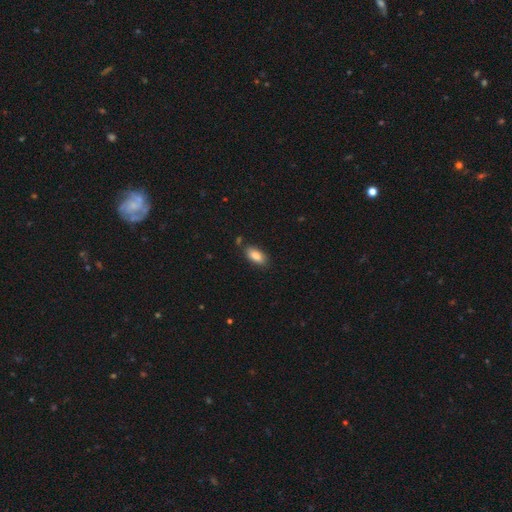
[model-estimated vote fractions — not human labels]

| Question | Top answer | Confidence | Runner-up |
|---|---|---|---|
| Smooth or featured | smooth | 85% | featured or disk (8%) |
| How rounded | in between | 91% | cigar-shaped (6%) |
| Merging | none | 81% | minor disturbance (13%) |